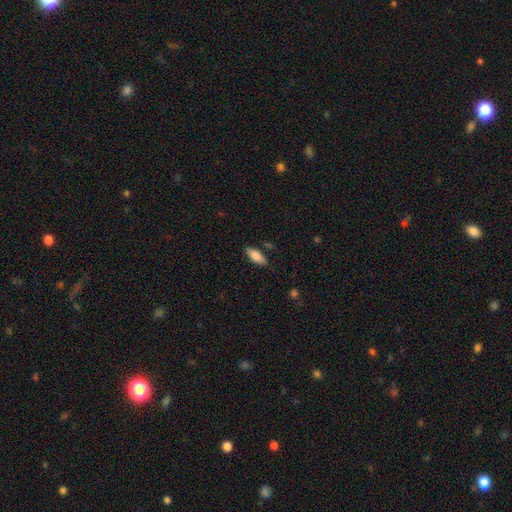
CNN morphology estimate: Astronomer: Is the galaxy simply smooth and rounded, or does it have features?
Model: smooth — 84%.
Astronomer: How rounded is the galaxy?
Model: in between — 73%.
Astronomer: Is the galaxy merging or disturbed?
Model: none — 82%.